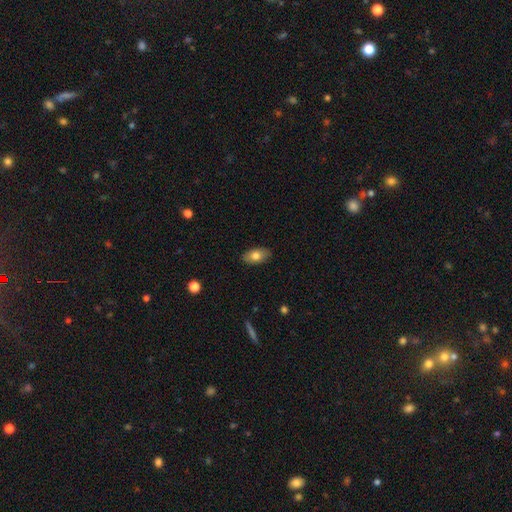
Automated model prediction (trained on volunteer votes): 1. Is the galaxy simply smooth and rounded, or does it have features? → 77% smooth, 16% featured or disk, 7% star or artifact.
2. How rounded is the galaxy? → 92% in between, 5% round, 3% cigar-shaped.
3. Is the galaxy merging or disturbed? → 88% none, 9% minor disturbance, 2% major disturbance, 1% merger.